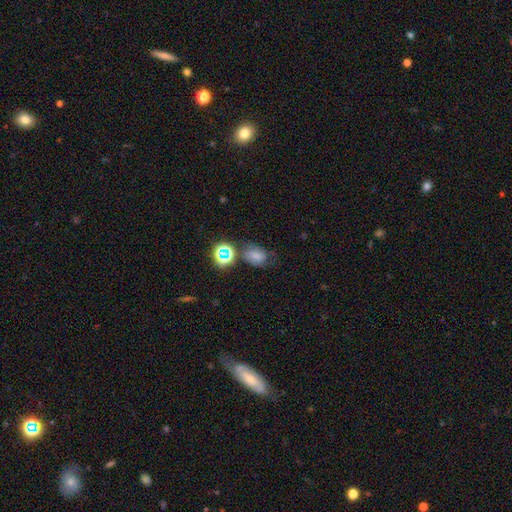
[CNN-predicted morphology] Smooth or featured? Predicted: smooth (p=0.59). How rounded? Predicted: in between (p=0.70). Merging? Predicted: none (p=0.51).